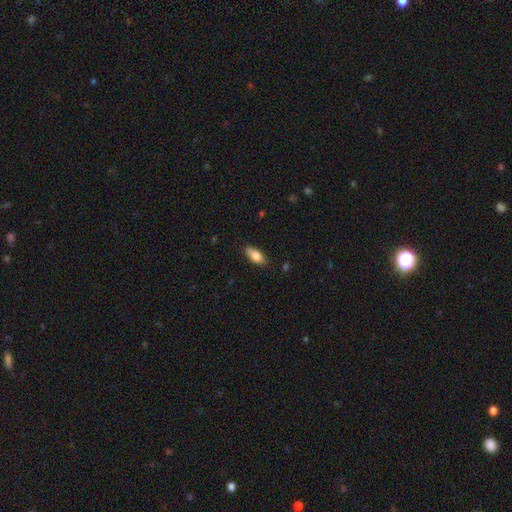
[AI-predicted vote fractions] Smooth or featured?
  - smooth: 79% *
  - featured or disk: 14%
  - star or artifact: 7%
How rounded?
  - in between: 83% *
  - cigar-shaped: 14%
  - round: 3%
Merging?
  - none: 82% *
  - minor disturbance: 14%
  - major disturbance: 3%
  - merger: 1%